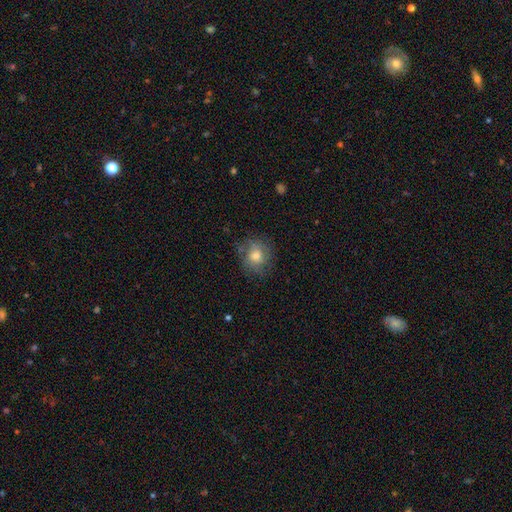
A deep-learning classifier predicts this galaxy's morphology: Smooth or featured? smooth (64%)
How rounded? round (79%)
Merging? none (75%)